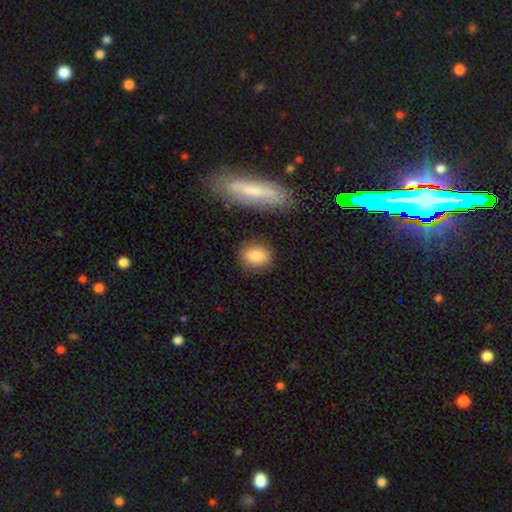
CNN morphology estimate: Smooth or featured?
  - smooth: 85% *
  - featured or disk: 8%
  - star or artifact: 7%
How rounded?
  - in between: 58% *
  - round: 39%
  - cigar-shaped: 3%
Merging?
  - none: 80% *
  - minor disturbance: 12%
  - merger: 4%
  - major disturbance: 4%